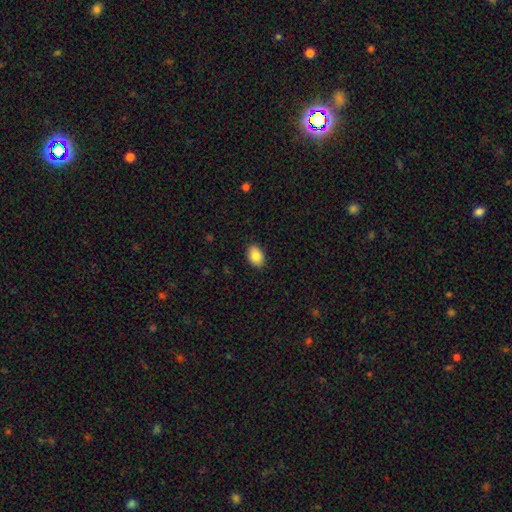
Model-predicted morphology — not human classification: Overall: smooth (86%). How rounded: in between (85%). Merging: none (89%).